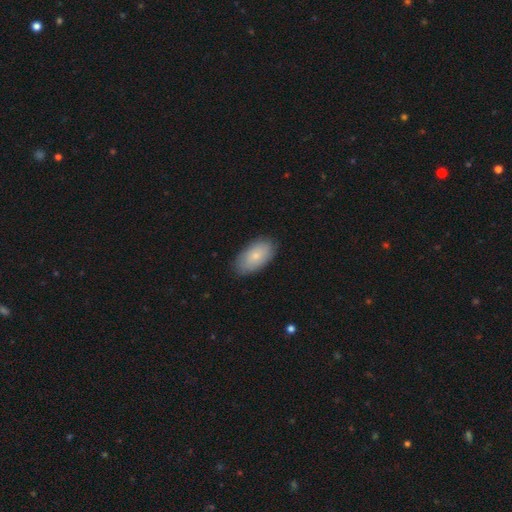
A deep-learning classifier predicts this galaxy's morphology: The model was most divided on "smooth or featured": smooth: 78%, featured or disk: 16%, star or artifact: 6%. More confident: how rounded — in between (94%); merging — none (85%).